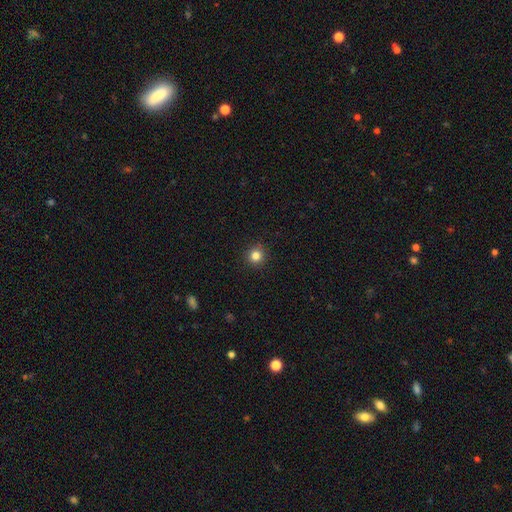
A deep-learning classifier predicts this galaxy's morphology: Smooth or featured? Predicted: smooth (p=0.83). How rounded? Predicted: round (p=0.94). Merging? Predicted: none (p=0.92).